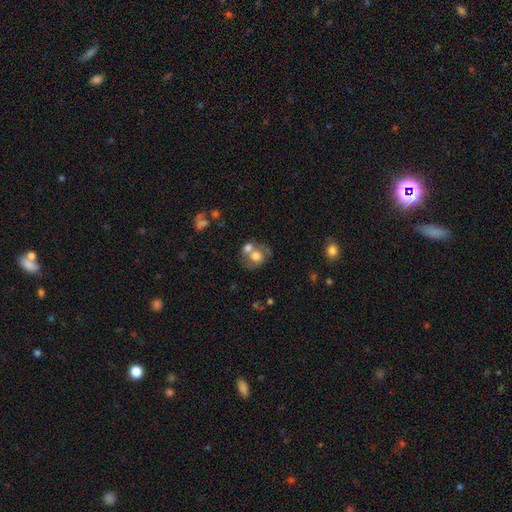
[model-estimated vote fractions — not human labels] This appears to be a smooth galaxy with no disk features (63%) that is round (64%). Merging: merger (48%).